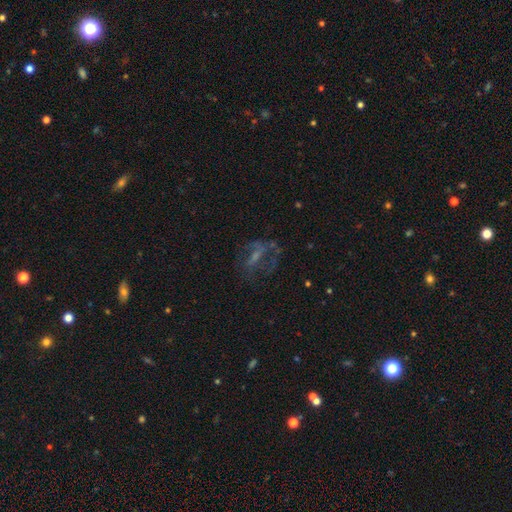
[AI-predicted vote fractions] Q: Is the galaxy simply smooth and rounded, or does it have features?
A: featured or disk — 59%.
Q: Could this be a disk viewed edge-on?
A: no — 91%.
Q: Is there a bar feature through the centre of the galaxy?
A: no — 37%, tied with weak.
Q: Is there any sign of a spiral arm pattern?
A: no — 53%.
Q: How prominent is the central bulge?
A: small — 40%.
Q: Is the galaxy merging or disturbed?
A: none — 46%.